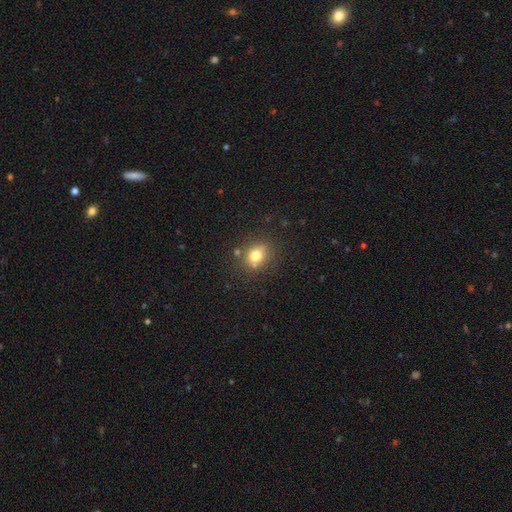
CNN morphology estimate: A smooth galaxy with no disk features (73%) that is round (68%).

Vote fractions:
- Smooth or featured? smooth: 73% / star or artifact: 14% / featured or disk: 13%
- How rounded? round: 68% / in between: 31% / cigar-shaped: 1%
- Merging? none: 72% / minor disturbance: 14% / merger: 9% / major disturbance: 4%